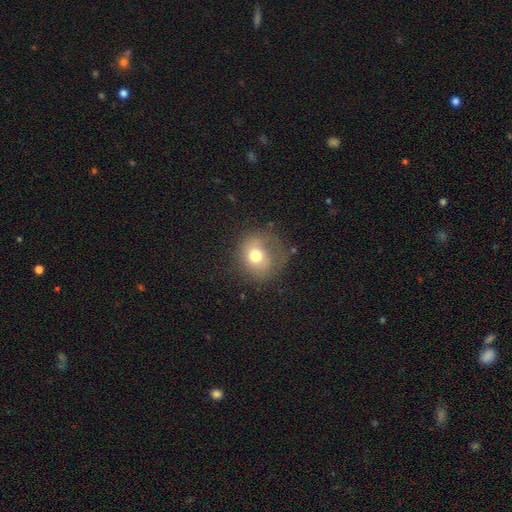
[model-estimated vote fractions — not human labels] This is likely a smooth galaxy (68%). How rounded: likely round (77%). Merging: possibly none (52%).